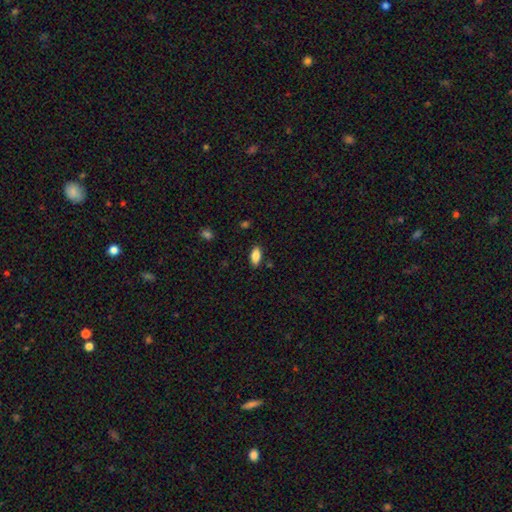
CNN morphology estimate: smooth-or-featured: smooth: 84% | featured or disk: 8% | star or artifact: 8%
  how-rounded: in between: 90% | cigar-shaped: 7% | round: 3%
  merging: none: 86% | minor disturbance: 11% | major disturbance: 2% | merger: 2%